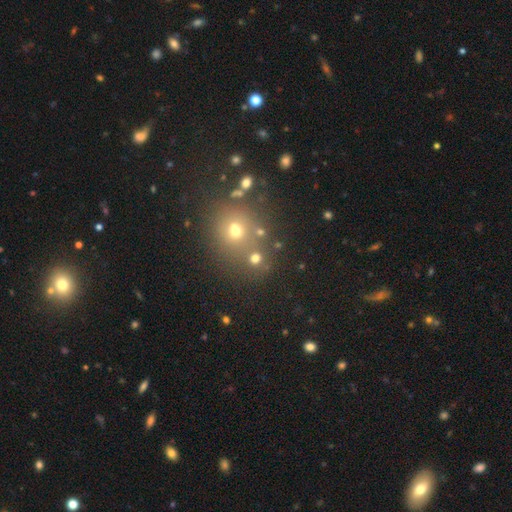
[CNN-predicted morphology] type=smooth (48%); merging=none (70%).